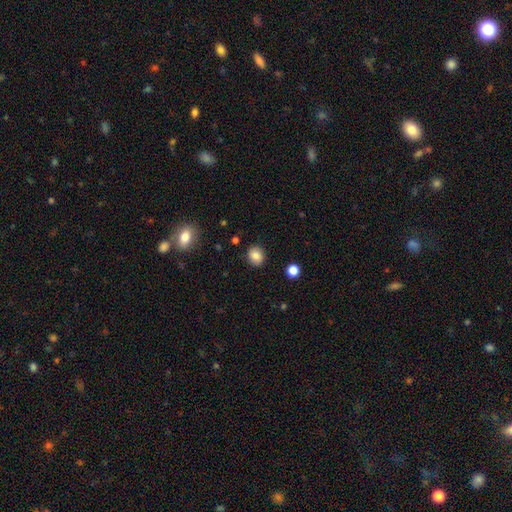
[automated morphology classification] Smooth or featured: smooth — 85% (star or artifact — 10%)
How rounded: round — 64% (in between — 35%)
Merging: none — 88% (minor disturbance — 8%)